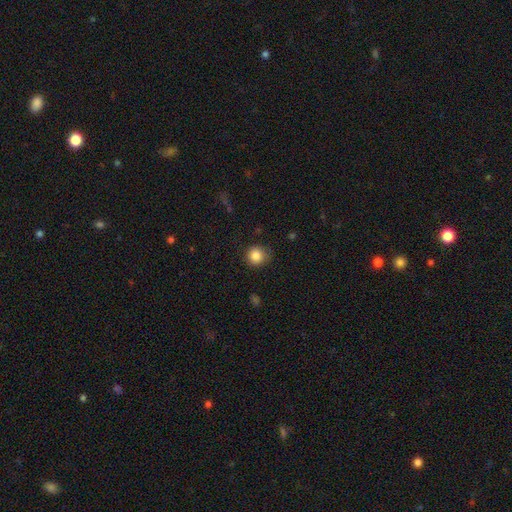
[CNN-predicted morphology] The model was most divided on "merging": none: 80%, minor disturbance: 15%, major disturbance: 4%, merger: 1%. More confident: how rounded — round (91%); smooth or featured — smooth (85%).